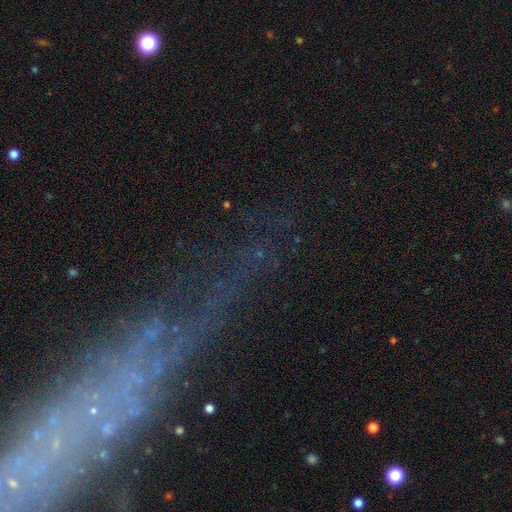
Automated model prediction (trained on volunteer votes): This is marginally a featured or disk galaxy (45%). Merging: possibly none (58%).